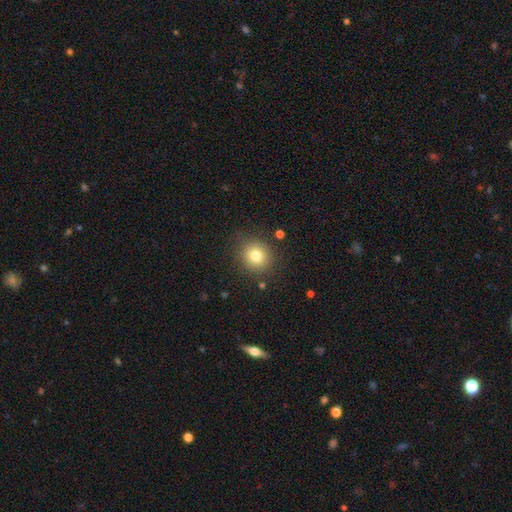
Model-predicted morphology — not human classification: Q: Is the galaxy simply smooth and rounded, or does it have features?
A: smooth — 78%.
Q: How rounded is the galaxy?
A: round — 88%.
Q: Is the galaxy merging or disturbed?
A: none — 86%.